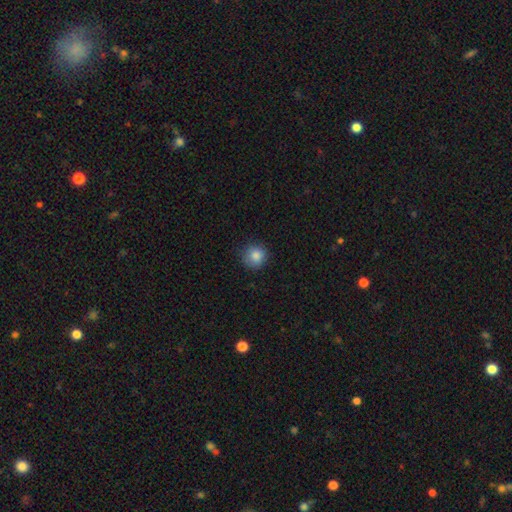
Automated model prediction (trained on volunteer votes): Morphology: type=smooth (86%); roundness=round (92%); merging=none (84%).